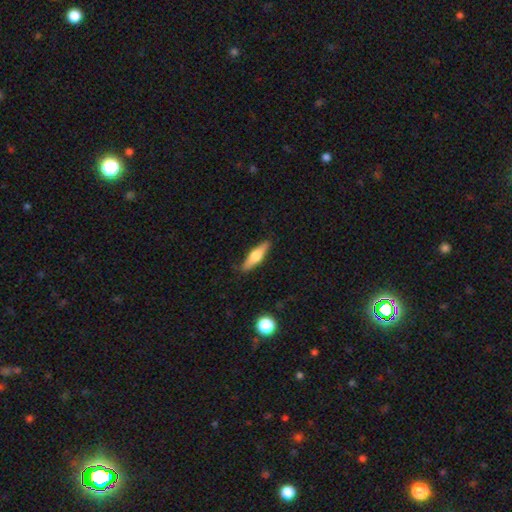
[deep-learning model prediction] smooth_or_featured: smooth (p=0.51) [alt: featured or disk p=0.43]
how_rounded: cigar-shaped (p=0.68) [alt: in between p=0.29]
merging: none (p=0.87) [alt: minor disturbance p=0.09]